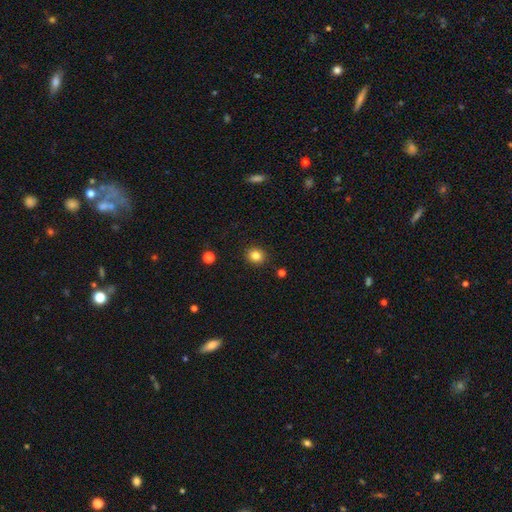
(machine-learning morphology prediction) The model was most divided on "how rounded": round: 81%, in between: 18%, cigar-shaped: 1%. More confident: merging — none (91%); smooth or featured — smooth (83%).